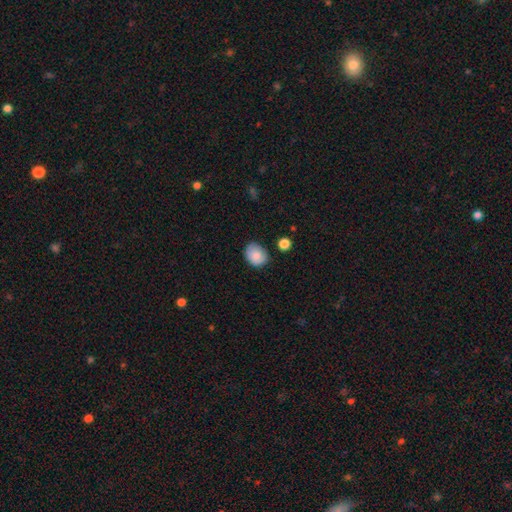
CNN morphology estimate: type=smooth (85%); roundness=round (51%); merging=none (71%).